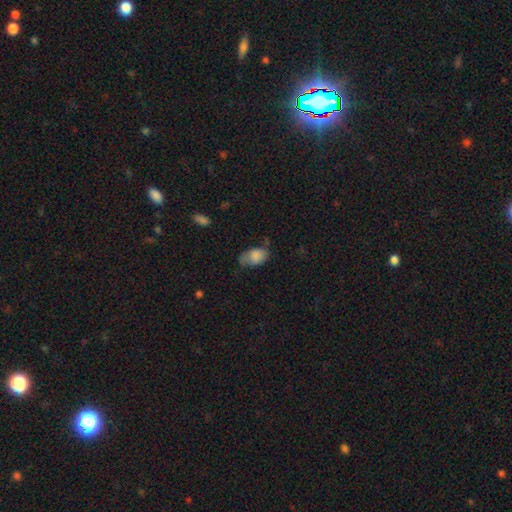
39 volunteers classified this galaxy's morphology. smooth_or_featured: smooth (p=0.69) [alt: featured or disk p=0.21]
how_rounded: in between (p=0.93) [alt: round p=0.04]
merging: none (p=0.51) [alt: minor disturbance p=0.31]